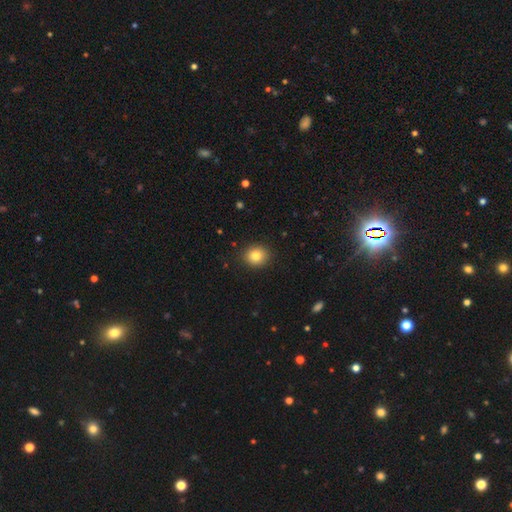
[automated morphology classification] A smooth galaxy with no disk features (82%) that is round (79%).

Vote fractions:
- Smooth or featured? smooth: 82% / star or artifact: 10% / featured or disk: 7%
- How rounded? round: 79% / in between: 20% / cigar-shaped: 1%
- Merging? none: 90% / minor disturbance: 7% / major disturbance: 2% / merger: 1%